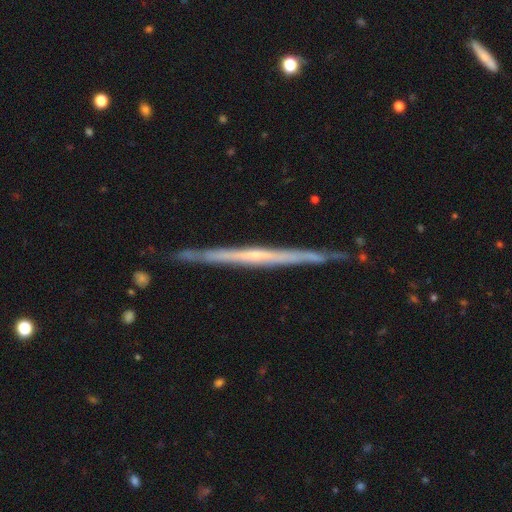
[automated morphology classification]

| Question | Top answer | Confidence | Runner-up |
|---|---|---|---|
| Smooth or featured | featured or disk | 77% | smooth (17%) |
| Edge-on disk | yes | 97% | no (3%) |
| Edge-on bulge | none | 71% | rounded (24%) |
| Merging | none | 85% | minor disturbance (12%) |